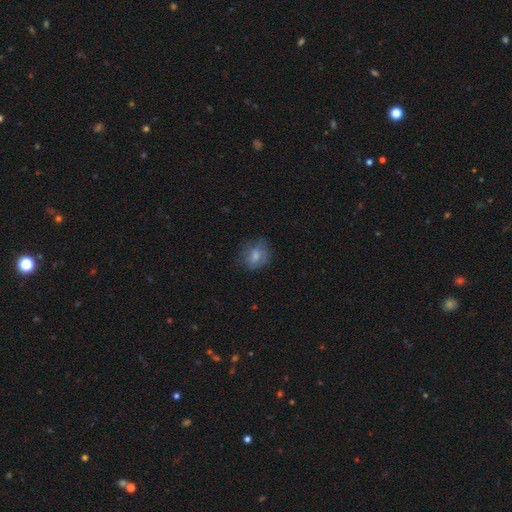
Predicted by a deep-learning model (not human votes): smooth_or_featured: smooth (p=0.69) [alt: featured or disk p=0.21]
how_rounded: round (p=0.50) [alt: in between p=0.49]
merging: none (p=0.58) [alt: minor disturbance p=0.26]